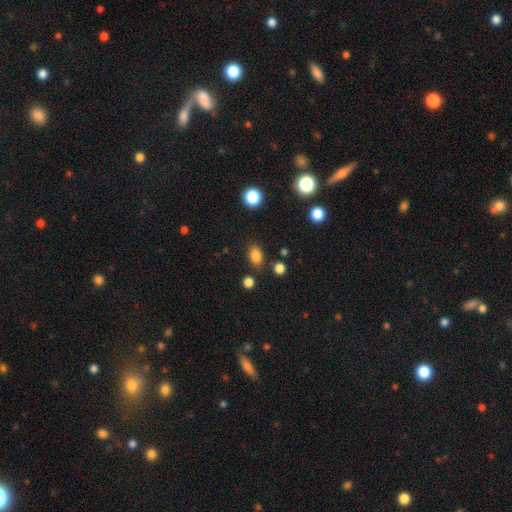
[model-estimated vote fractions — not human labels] Smooth or featured? Predicted: smooth (p=0.83). How rounded? Predicted: in between (p=0.77). Merging? Predicted: none (p=0.78).